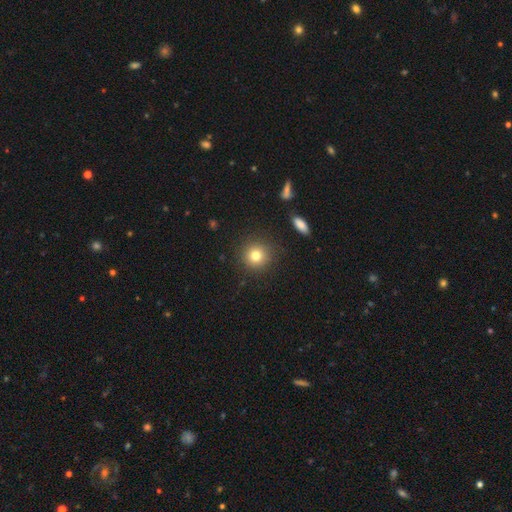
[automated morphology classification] A smooth galaxy with no disk features (79%) that is round (93%).

Vote fractions:
- Smooth or featured? smooth: 79% / star or artifact: 12% / featured or disk: 9%
- How rounded? round: 93% / in between: 6% / cigar-shaped: 1%
- Merging? none: 89% / minor disturbance: 7% / major disturbance: 2% / merger: 1%